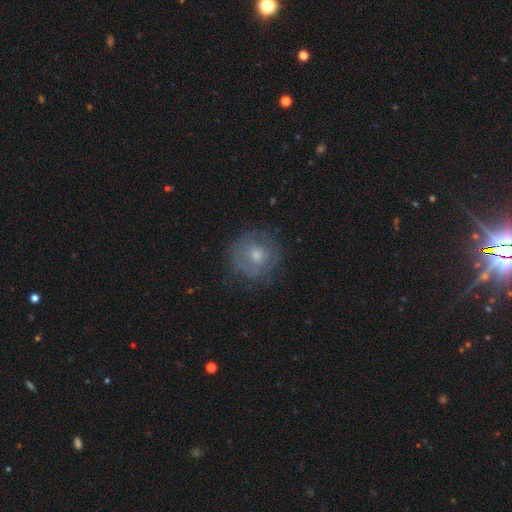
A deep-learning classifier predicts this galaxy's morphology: smooth_or_featured: smooth (p=0.51) [alt: featured or disk p=0.40]
how_rounded: round (p=0.87) [alt: in between p=0.12]
merging: none (p=0.69) [alt: minor disturbance p=0.19]